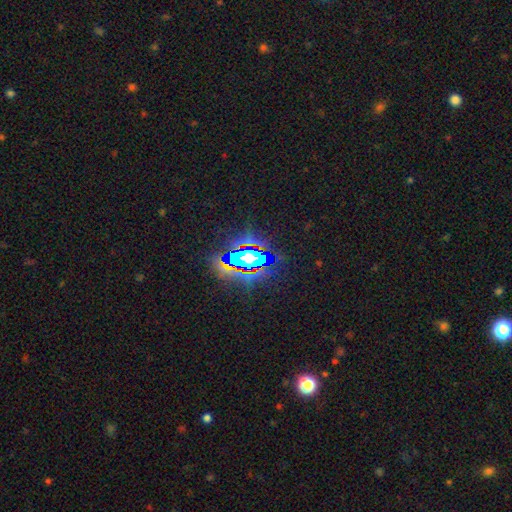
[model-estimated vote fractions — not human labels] This is clearly a star or artifact rather than a galaxy (80%).